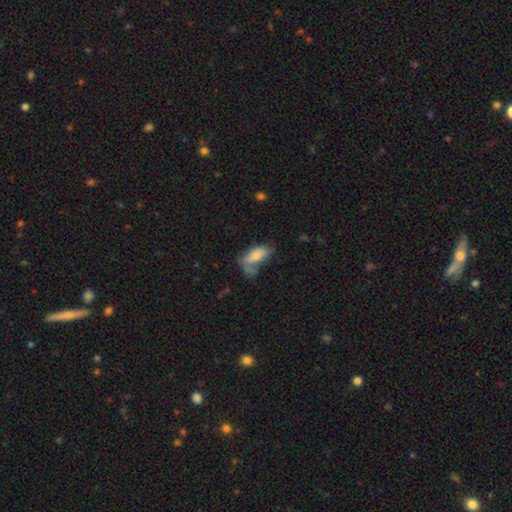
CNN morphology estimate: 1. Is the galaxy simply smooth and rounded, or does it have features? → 72% smooth, 19% featured or disk, 9% star or artifact.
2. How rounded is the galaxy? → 86% in between, 10% cigar-shaped, 3% round.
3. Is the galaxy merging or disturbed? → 29% none, 27% major disturbance, 26% minor disturbance, 18% merger.